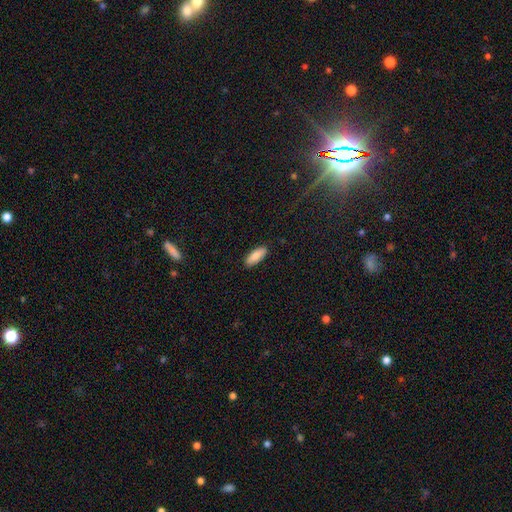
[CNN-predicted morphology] Smooth or featured? Predicted: smooth (p=0.85). How rounded? Predicted: in between (p=0.71). Merging? Predicted: none (p=0.89).